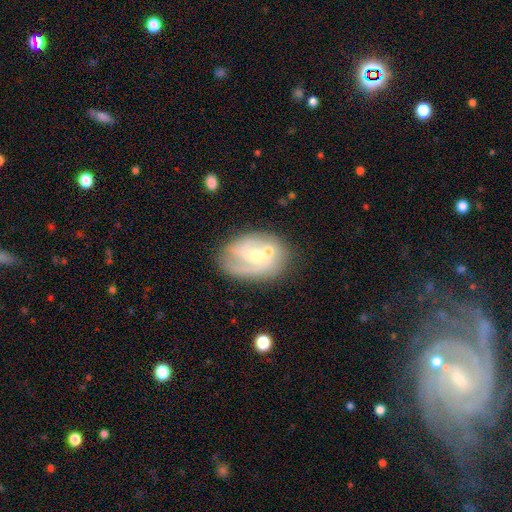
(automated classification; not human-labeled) Overall: featured or disk (74%). Edge-on disk: no (97%). Bar: no (61%; weak 33%). Spiral arms: yes (85%). Spiral arm count: 2 (45%; can't tell 23%). Spiral winding: tight (41%; medium 40%). Bulge size: small (52%; moderate 43%). Merging: none (55%; minor disturbance 19%).